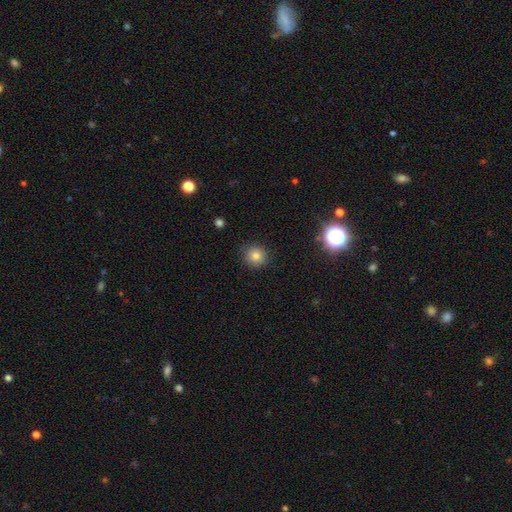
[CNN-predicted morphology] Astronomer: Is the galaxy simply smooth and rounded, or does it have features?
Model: smooth — 80%.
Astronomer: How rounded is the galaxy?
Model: round — 91%.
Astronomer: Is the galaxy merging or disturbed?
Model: none — 87%.